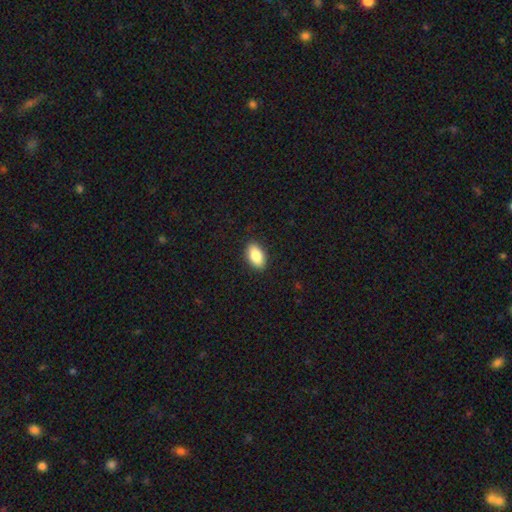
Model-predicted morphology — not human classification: Smooth or featured?
  - smooth: 86% *
  - featured or disk: 8%
  - star or artifact: 7%
How rounded?
  - in between: 92% *
  - round: 5%
  - cigar-shaped: 4%
Merging?
  - none: 89% *
  - minor disturbance: 8%
  - major disturbance: 2%
  - merger: 1%